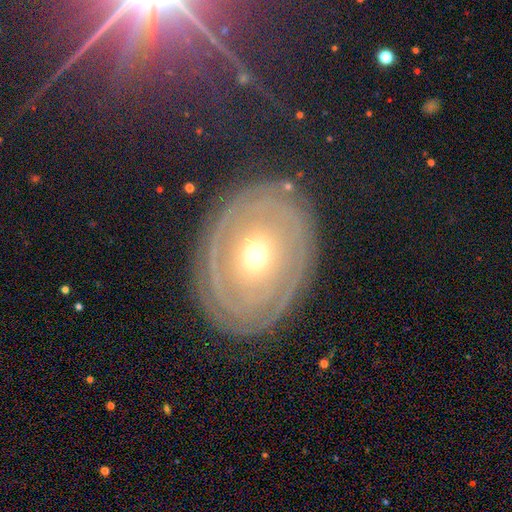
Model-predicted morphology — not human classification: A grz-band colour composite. It shows a featured or disk galaxy (74%) with no bar (79%), spiral arms (67%) and a moderate central bulge (47%, tied with small). Merging: none (81%).